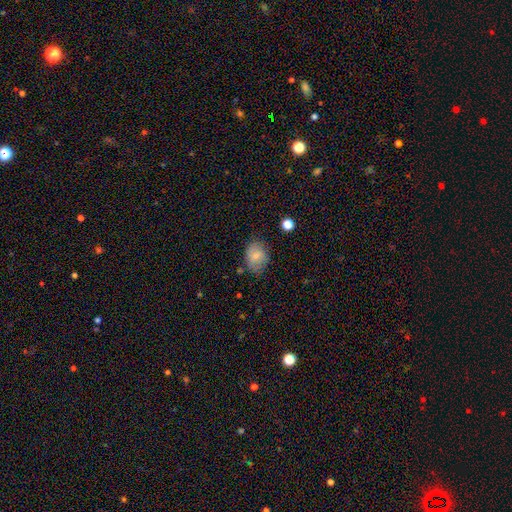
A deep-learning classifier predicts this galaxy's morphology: This is likely a smooth galaxy (76%). How rounded: likely in between (73%). Merging: likely none (72%).